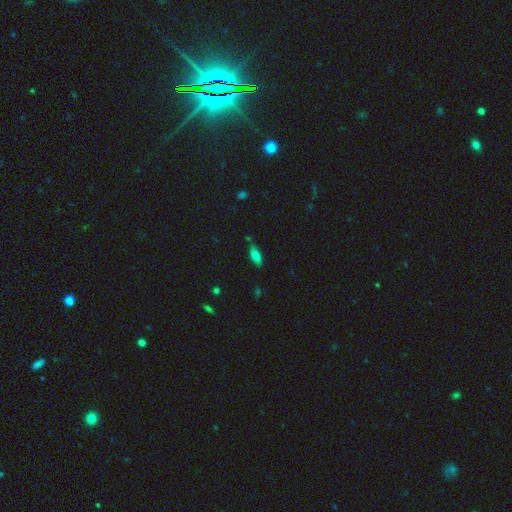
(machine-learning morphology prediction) A smooth galaxy with no disk features (77%) that is in between round and cigar-shaped (80%). Merging: none (76%).